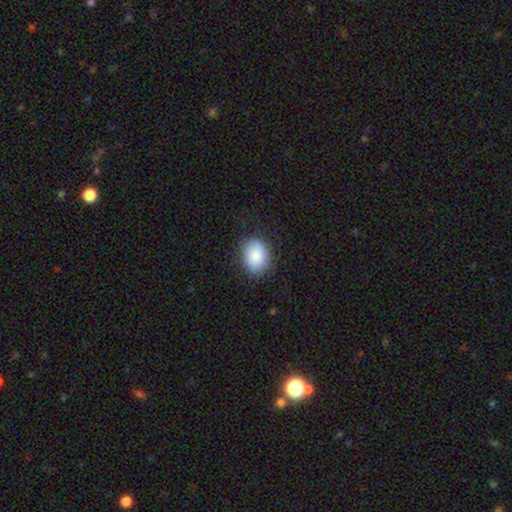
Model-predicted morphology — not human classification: This appears to be a smooth galaxy with no disk features (85%) that is in between round and cigar-shaped (63%). Merging: none (80%).